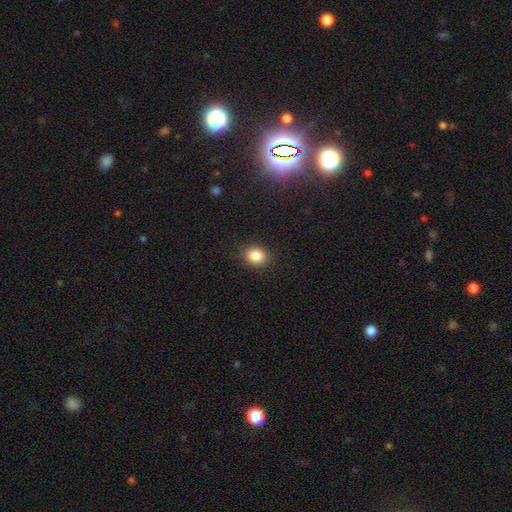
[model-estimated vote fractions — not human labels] This is clearly a smooth galaxy (86%). How rounded: possibly round (59%). Merging: clearly none (88%).